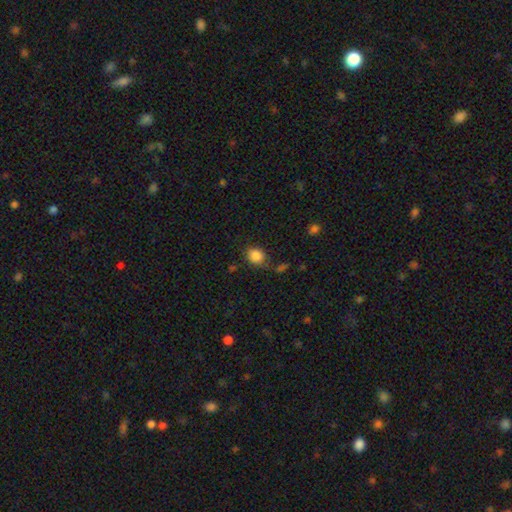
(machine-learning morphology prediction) Smooth or featured? smooth (86%)
How rounded? round (63%)
Merging? none (70%)